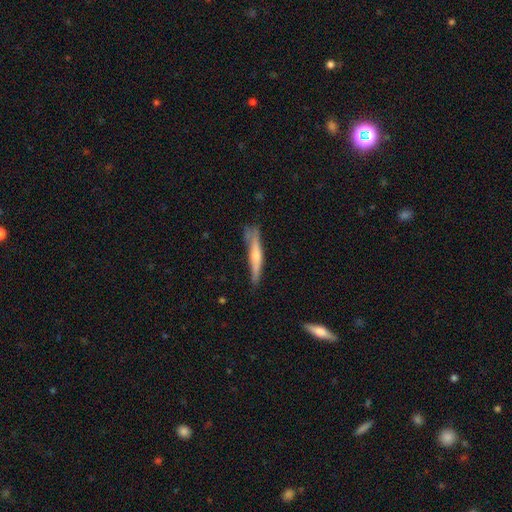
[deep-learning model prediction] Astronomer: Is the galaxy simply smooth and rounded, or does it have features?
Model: featured or disk — 55% (runner-up: smooth, 39%).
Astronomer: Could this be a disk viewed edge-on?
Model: yes — 94%.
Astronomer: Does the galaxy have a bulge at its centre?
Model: rounded — 76%.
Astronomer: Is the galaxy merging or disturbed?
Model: none — 72%.